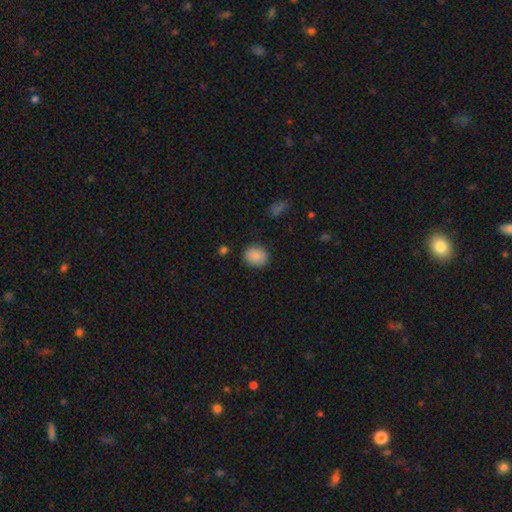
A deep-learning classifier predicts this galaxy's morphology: Smooth or featured? Predicted: smooth (p=0.87). How rounded? Predicted: round (p=0.63). Merging? Predicted: none (p=0.87).